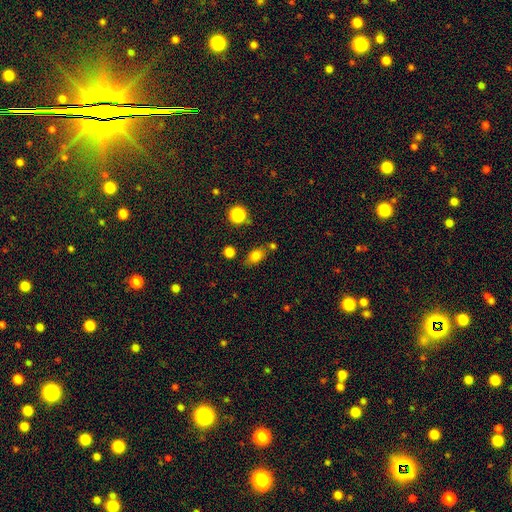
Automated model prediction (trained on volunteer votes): The model was most divided on "how rounded": in between: 73%, round: 24%, cigar-shaped: 3%. More confident: smooth or featured — smooth (79%); merging — none (69%).